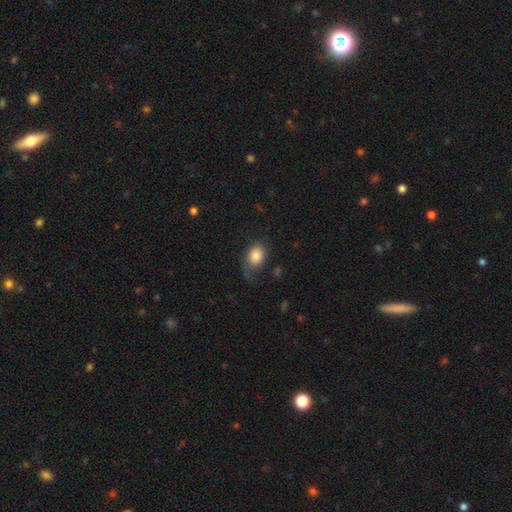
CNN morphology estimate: type=smooth (81%); roundness=in between (75%); merging=none (55%).